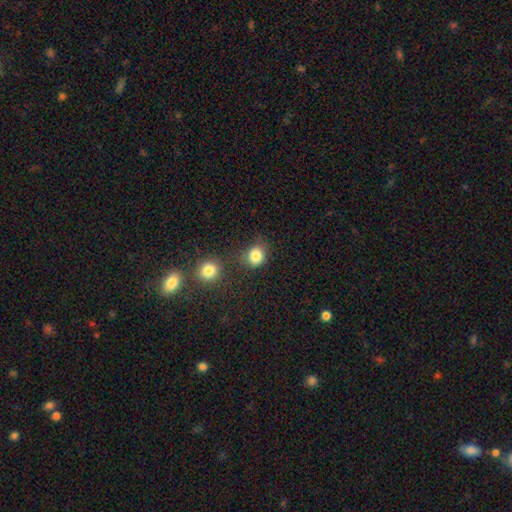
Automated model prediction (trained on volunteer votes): Smooth or featured? smooth (83%)
How rounded? round (67%)
Merging? none (62%)